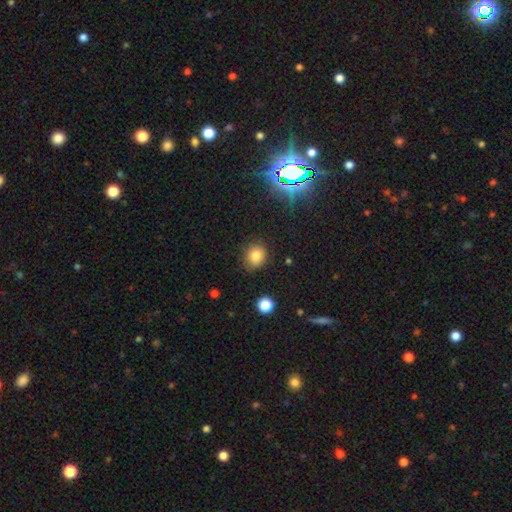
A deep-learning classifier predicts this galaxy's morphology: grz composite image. It shows a smooth galaxy with no disk features (80%) that is round (70%). Merging: none (79%).